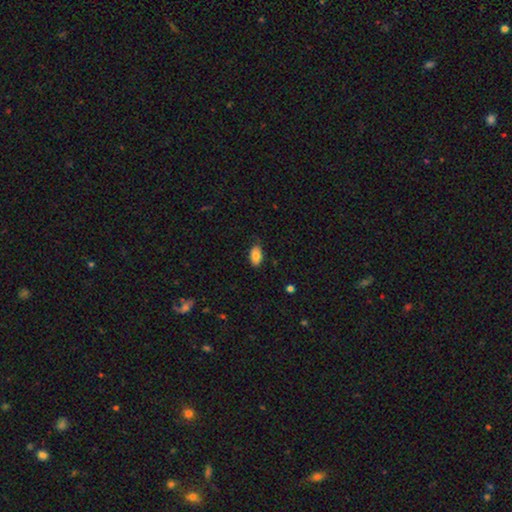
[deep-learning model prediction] The model was most divided on "merging": none: 79%, minor disturbance: 17%, major disturbance: 3%, merger: 1%. More confident: how rounded — in between (93%); smooth or featured — smooth (84%).